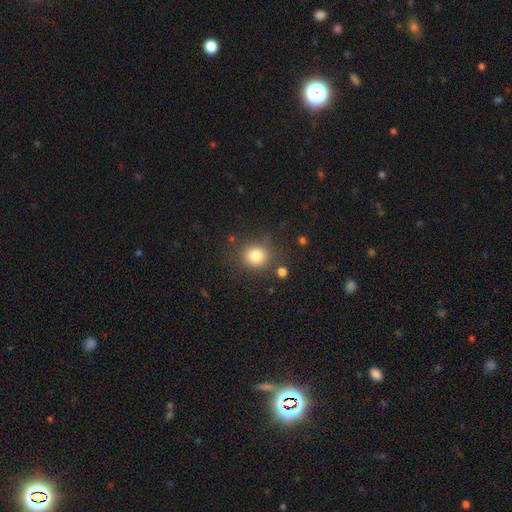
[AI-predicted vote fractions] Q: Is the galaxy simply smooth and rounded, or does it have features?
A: smooth — 81%.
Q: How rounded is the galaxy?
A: round — 86%.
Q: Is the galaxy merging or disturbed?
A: none — 78%.